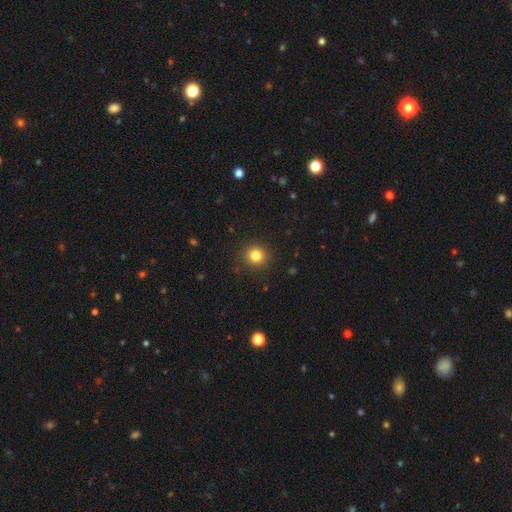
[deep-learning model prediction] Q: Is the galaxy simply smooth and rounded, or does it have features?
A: smooth — 82%.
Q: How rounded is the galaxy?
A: round — 90%.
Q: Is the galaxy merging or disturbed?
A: none — 90%.